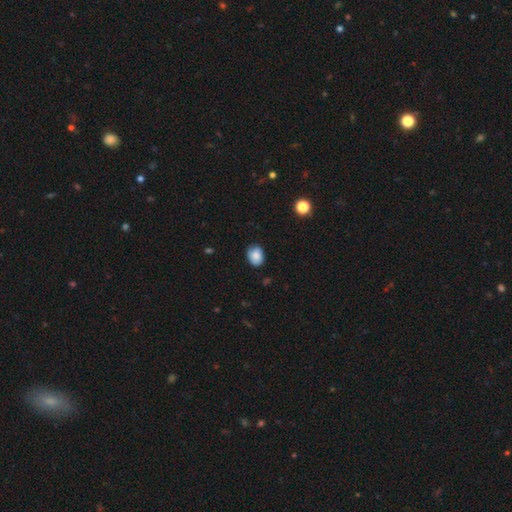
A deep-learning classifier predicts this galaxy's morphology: Smooth or featured? Predicted: smooth (p=0.82). How rounded? Predicted: in between (p=0.58). Merging? Predicted: none (p=0.76).